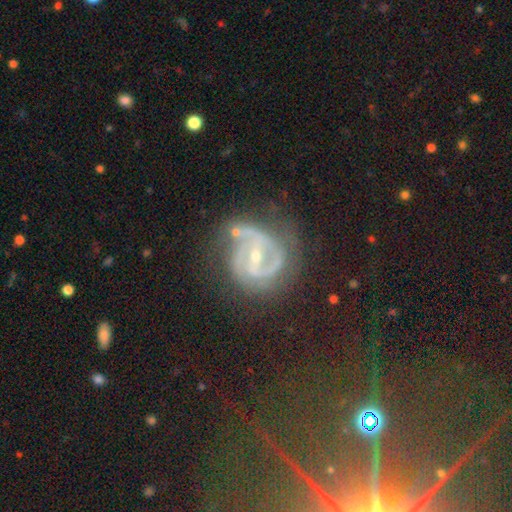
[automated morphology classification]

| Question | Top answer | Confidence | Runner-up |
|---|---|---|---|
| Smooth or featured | featured or disk | 83% | star or artifact (11%) |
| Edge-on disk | no | 97% | yes (3%) |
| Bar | weak | 40% | strong (37%) |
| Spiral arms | yes | 95% | no (5%) |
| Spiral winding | medium | 46% | tight (41%) |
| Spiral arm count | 2 | 67% | 3 (12%) |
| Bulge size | small | 65% | moderate (32%) |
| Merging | none | 60% | minor disturbance (23%) |